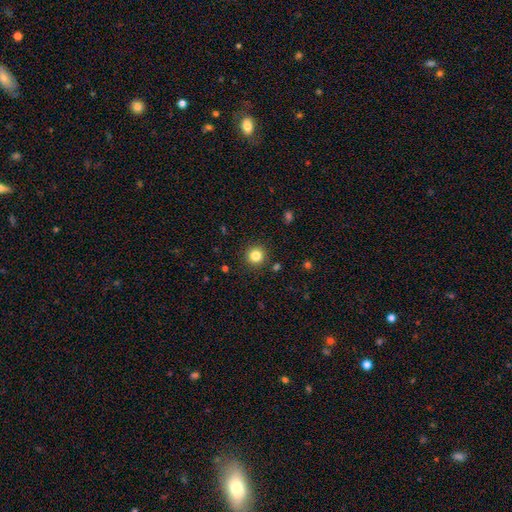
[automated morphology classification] A smooth galaxy with no disk features (83%) that is round (95%).

Vote fractions:
- Smooth or featured? smooth: 83% / star or artifact: 12% / featured or disk: 5%
- How rounded? round: 95% / in between: 5% / cigar-shaped: 1%
- Merging? none: 91% / minor disturbance: 6% / major disturbance: 2% / merger: 2%